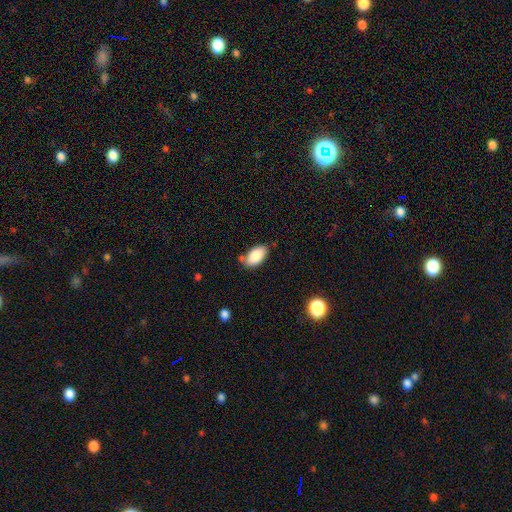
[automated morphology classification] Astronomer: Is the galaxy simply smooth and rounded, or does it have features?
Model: smooth — 85%.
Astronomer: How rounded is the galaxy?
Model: in between — 94%.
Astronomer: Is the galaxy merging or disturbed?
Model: none — 74%.